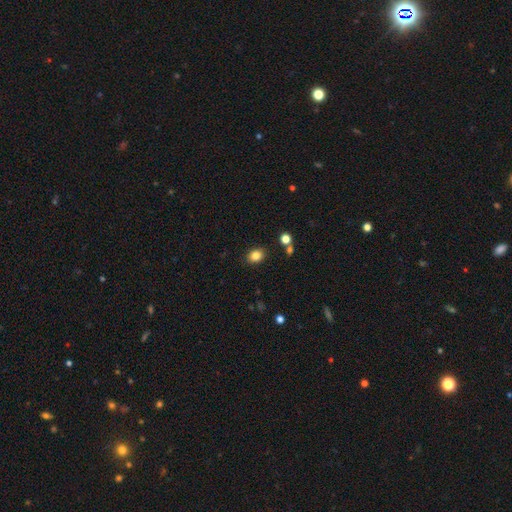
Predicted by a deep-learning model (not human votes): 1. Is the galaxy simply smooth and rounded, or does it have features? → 83% smooth, 11% star or artifact, 6% featured or disk.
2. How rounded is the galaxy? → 60% in between, 39% round, 1% cigar-shaped.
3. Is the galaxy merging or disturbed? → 86% none, 9% minor disturbance, 3% merger, 2% major disturbance.